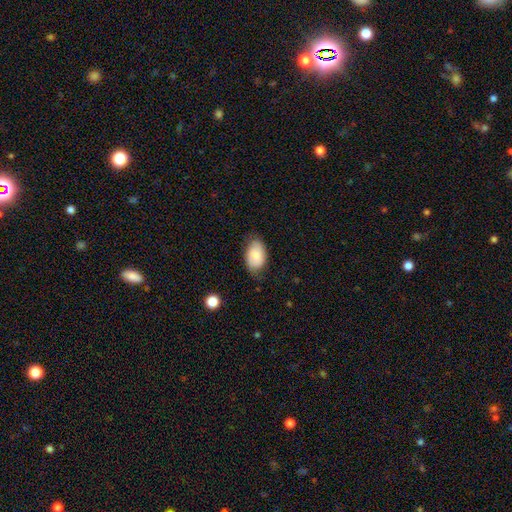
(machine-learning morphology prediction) Smooth or featured: smooth — 79% (featured or disk — 14%)
How rounded: in between — 91% (round — 8%)
Merging: none — 68% (minor disturbance — 25%)